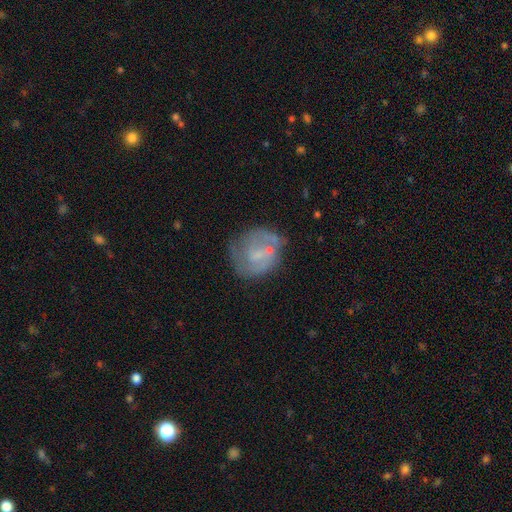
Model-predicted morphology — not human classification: A featured or disk galaxy (62%) with no bar (48%), spiral arms (69%) and a small central bulge (45%). Merging: none (52%).